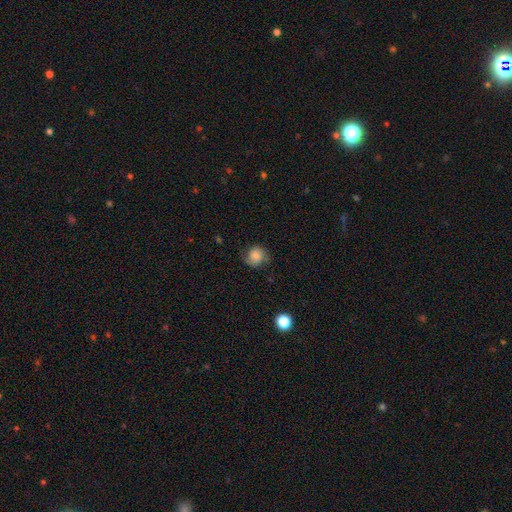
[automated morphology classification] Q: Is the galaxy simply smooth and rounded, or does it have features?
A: smooth — 80%.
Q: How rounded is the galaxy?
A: round — 85%.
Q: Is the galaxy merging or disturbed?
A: none — 70%.